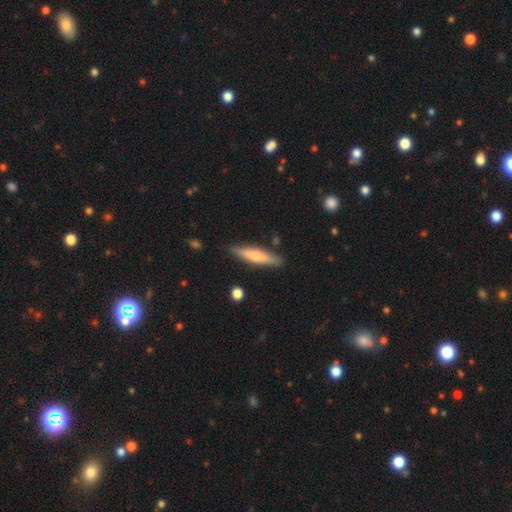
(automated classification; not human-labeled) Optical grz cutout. It shows a smooth galaxy with no disk features (53%) that is cigar-shaped (84%). Merging: none (87%).